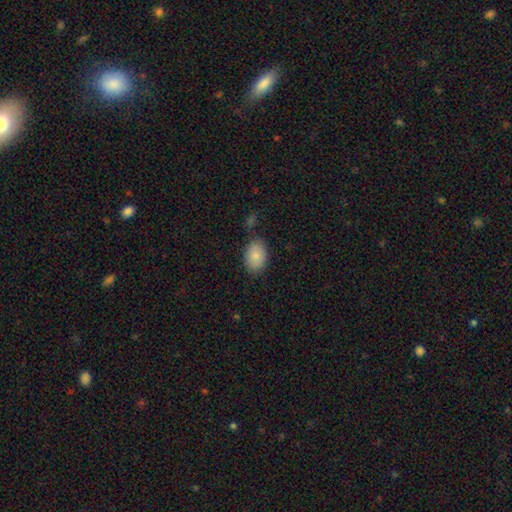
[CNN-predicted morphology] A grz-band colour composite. It shows a smooth galaxy with no disk features (85%) that is in between round and cigar-shaped (86%). Merging: none (77%).